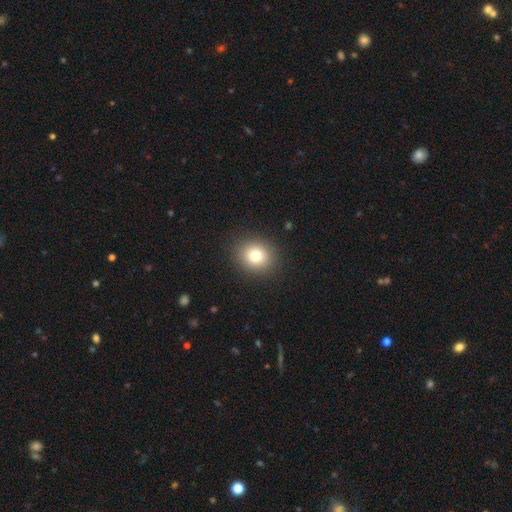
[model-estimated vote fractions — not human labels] A smooth galaxy with no disk features (77%) that is round (75%).

Vote fractions:
- Smooth or featured? smooth: 77% / star or artifact: 12% / featured or disk: 10%
- How rounded? round: 75% / in between: 24% / cigar-shaped: 1%
- Merging? none: 90% / minor disturbance: 7% / major disturbance: 3% / merger: 1%